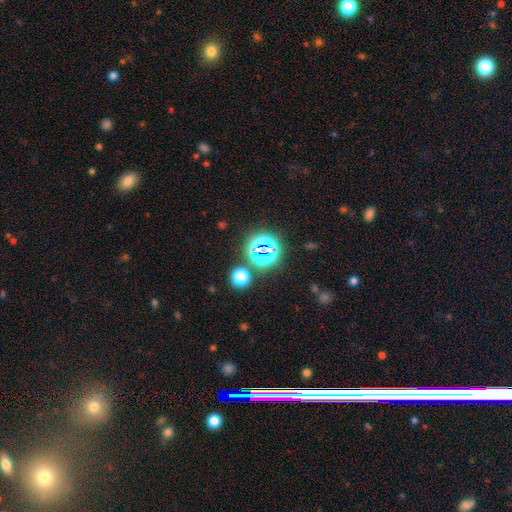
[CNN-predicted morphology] star or artifact 68%, smooth 23%, featured or disk 10%.